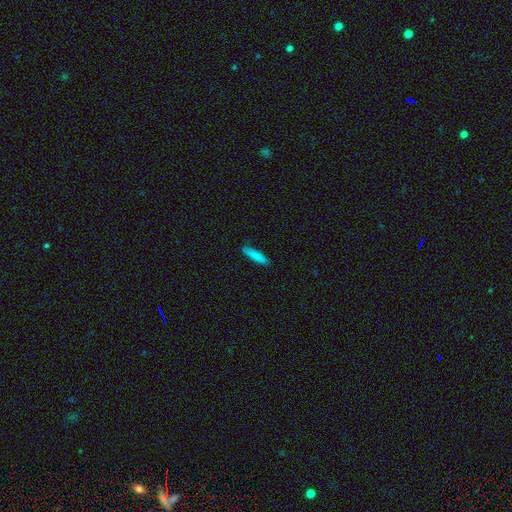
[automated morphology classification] Q: Smooth or featured?
A: smooth (85%); runner-up: featured or disk (8%)
Q: How rounded?
A: cigar-shaped (85%); runner-up: in between (14%)
Q: Merging?
A: none (88%); runner-up: minor disturbance (9%)